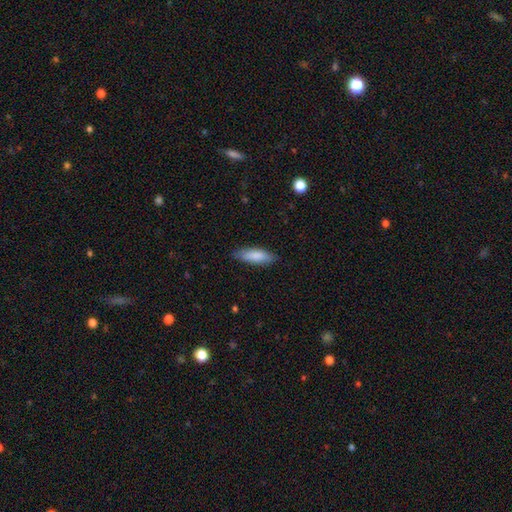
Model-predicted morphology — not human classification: Smooth or featured?
  - smooth: 85% *
  - featured or disk: 10%
  - star or artifact: 5%
How rounded?
  - in between: 57% *
  - cigar-shaped: 41%
  - round: 2%
Merging?
  - none: 83% *
  - minor disturbance: 14%
  - major disturbance: 2%
  - merger: 1%